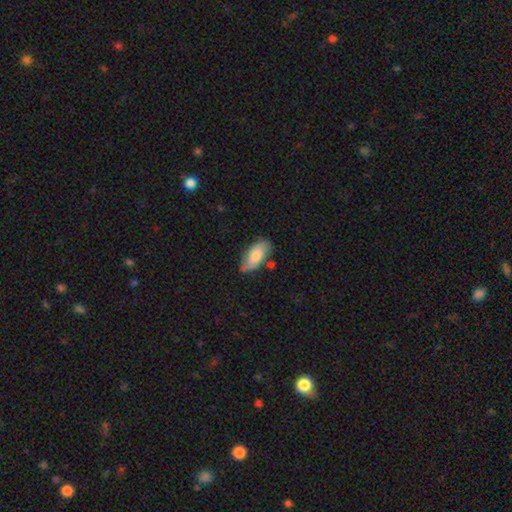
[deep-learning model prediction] This appears to be a smooth galaxy with no disk features (73%) that is in between round and cigar-shaped (88%). Merging: none (71%).